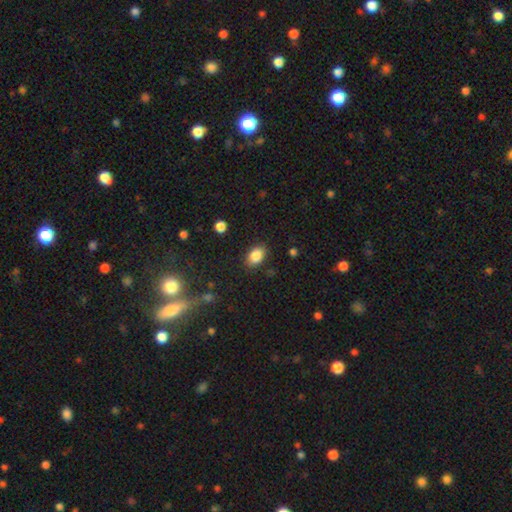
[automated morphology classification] This is clearly a smooth galaxy (87%). How rounded: clearly in between (84%). Merging: clearly none (85%).